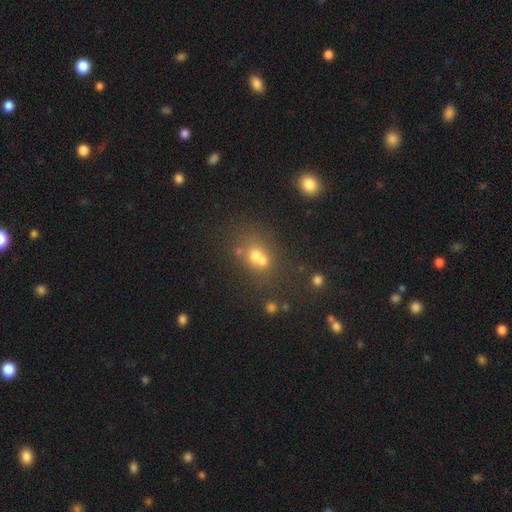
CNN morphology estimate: A smooth galaxy with no disk features (61%) that is round (67%).

Vote fractions:
- Smooth or featured? smooth: 61% / featured or disk: 21% / star or artifact: 18%
- How rounded? round: 67% / in between: 32% / cigar-shaped: 1%
- Merging? merger: 54% / none: 33% / minor disturbance: 8% / major disturbance: 5%